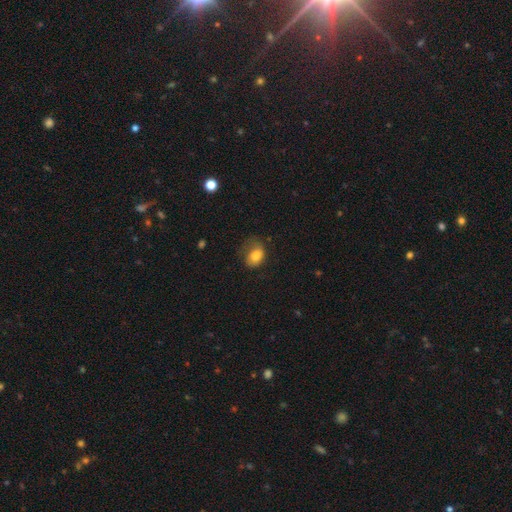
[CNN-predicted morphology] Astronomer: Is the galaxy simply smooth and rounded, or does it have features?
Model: smooth — 79%.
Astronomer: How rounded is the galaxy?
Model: in between — 69%.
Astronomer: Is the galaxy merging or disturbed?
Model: none — 42% (runner-up: minor disturbance, 31%).